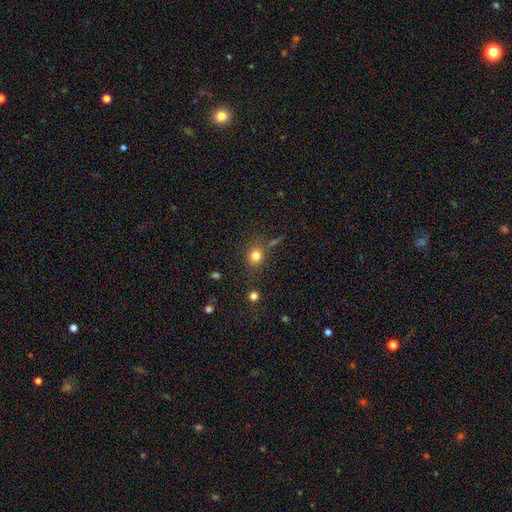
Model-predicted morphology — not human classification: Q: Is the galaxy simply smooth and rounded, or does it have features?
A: smooth — 78%.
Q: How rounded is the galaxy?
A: round — 73%.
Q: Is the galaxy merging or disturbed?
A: none — 75%.